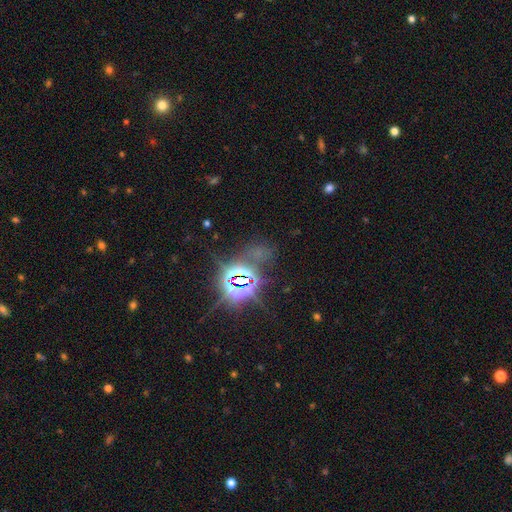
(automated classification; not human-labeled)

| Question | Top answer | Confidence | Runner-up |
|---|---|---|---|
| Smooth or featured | star or artifact | 80% | smooth (11%) |